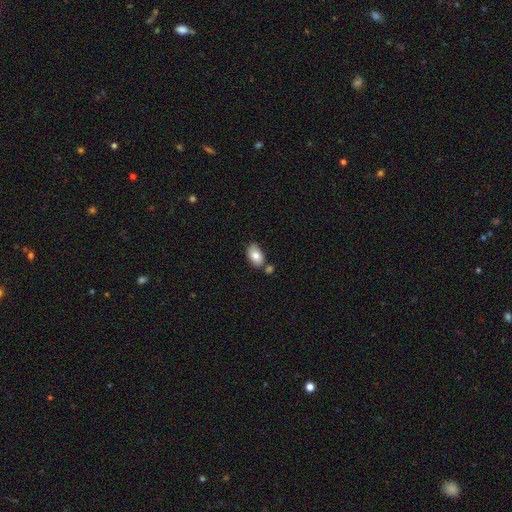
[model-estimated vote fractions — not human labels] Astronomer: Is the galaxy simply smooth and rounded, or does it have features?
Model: smooth — 80%.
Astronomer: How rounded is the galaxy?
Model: in between — 90%.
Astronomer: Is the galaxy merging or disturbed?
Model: none — 67%.